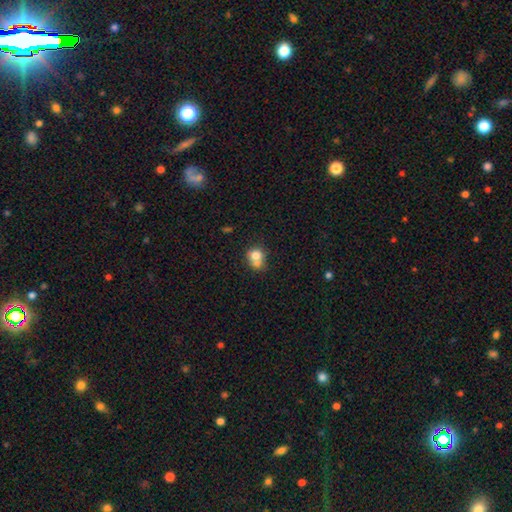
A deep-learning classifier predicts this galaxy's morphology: Overall: smooth (74%). How rounded: round (73%). Merging: merger (50%; none 35%).